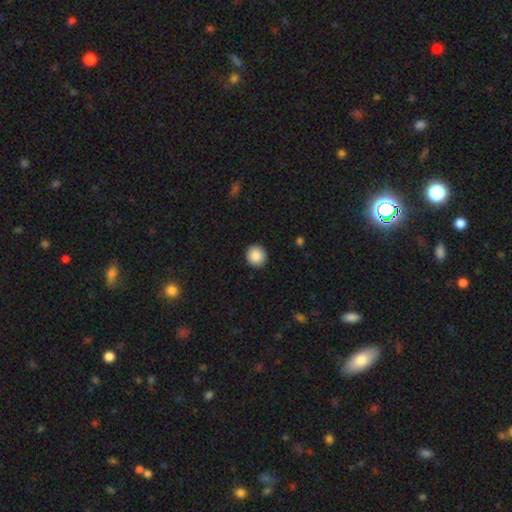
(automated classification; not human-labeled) Morphology: type=smooth (88%); roundness=round (91%); merging=none (92%).